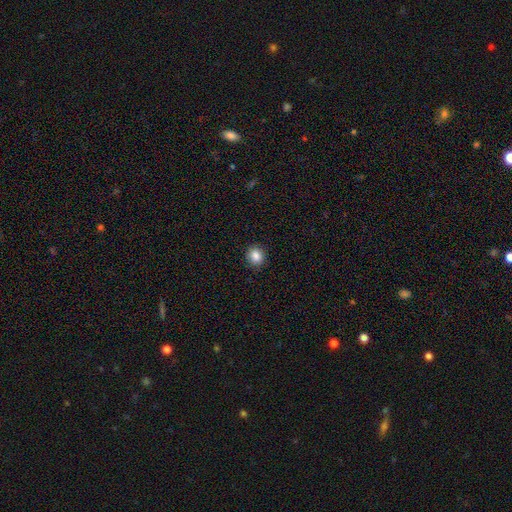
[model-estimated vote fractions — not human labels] A smooth galaxy with no disk features (86%) that is round (80%).

Vote fractions:
- Smooth or featured? smooth: 86% / star or artifact: 10% / featured or disk: 4%
- How rounded? round: 80% / in between: 19% / cigar-shaped: 1%
- Merging? none: 91% / minor disturbance: 6% / major disturbance: 2% / merger: 1%